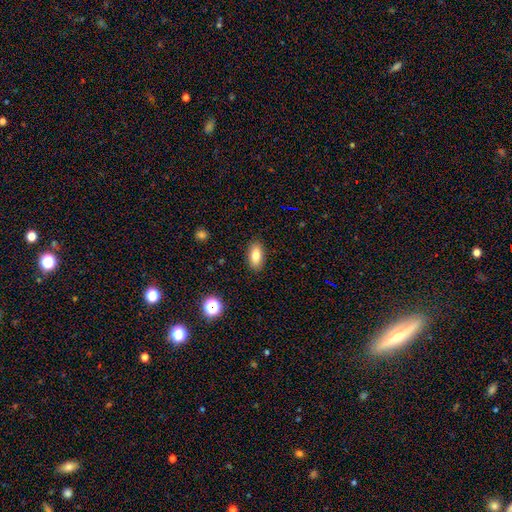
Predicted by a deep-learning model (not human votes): smooth_or_featured: smooth (p=0.81) [alt: featured or disk p=0.11]
how_rounded: in between (p=0.89) [alt: cigar-shaped p=0.07]
merging: none (p=0.89) [alt: minor disturbance p=0.08]